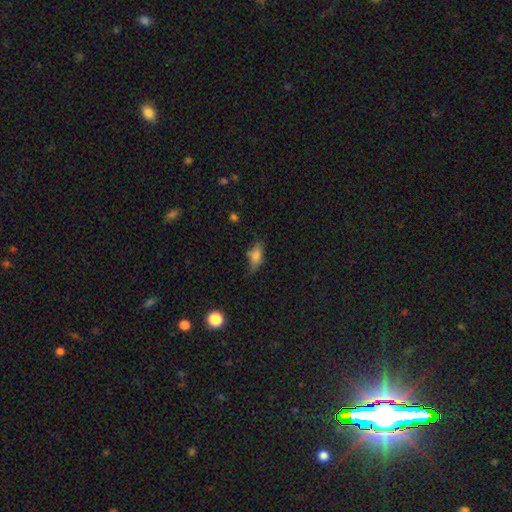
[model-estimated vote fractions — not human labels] This appears to be a smooth galaxy with no disk features (69%) that is in between round and cigar-shaped (81%). Merging: none (53%).